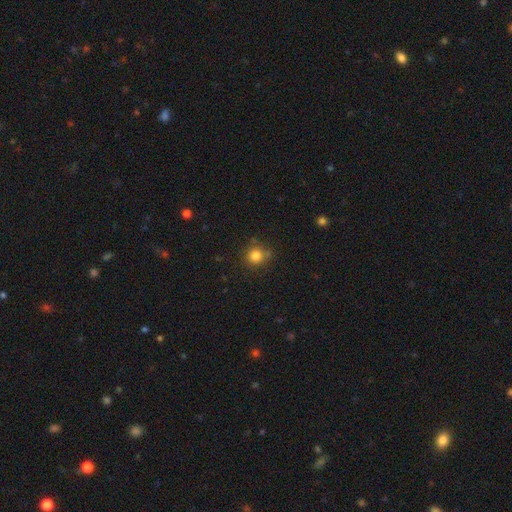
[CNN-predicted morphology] Overall: smooth (82%). How rounded: round (90%). Merging: none (77%).